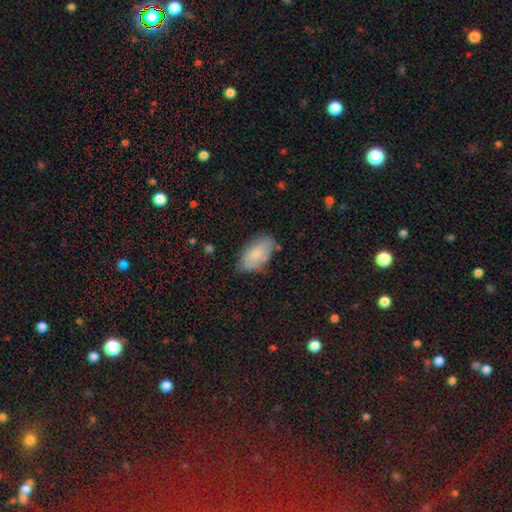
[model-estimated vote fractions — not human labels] smooth-or-featured: smooth: 76% | featured or disk: 17% | star or artifact: 7%
  how-rounded: in between: 94% | round: 3% | cigar-shaped: 3%
  merging: none: 65% | minor disturbance: 26% | major disturbance: 6% | merger: 3%